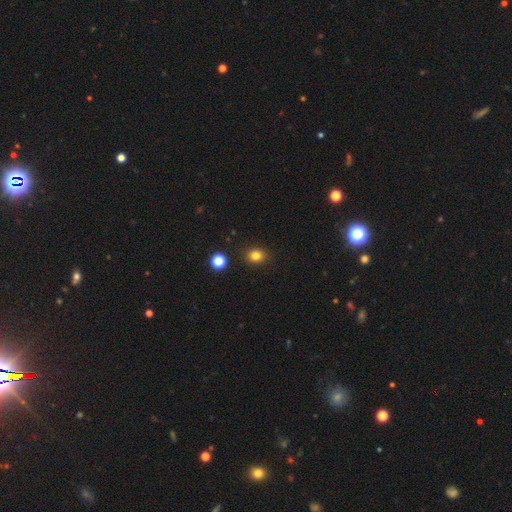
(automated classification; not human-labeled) smooth-or-featured: smooth: 81% | star or artifact: 13% | featured or disk: 5%
  how-rounded: round: 64% | in between: 35% | cigar-shaped: 1%
  merging: none: 89% | minor disturbance: 7% | major disturbance: 2% | merger: 2%